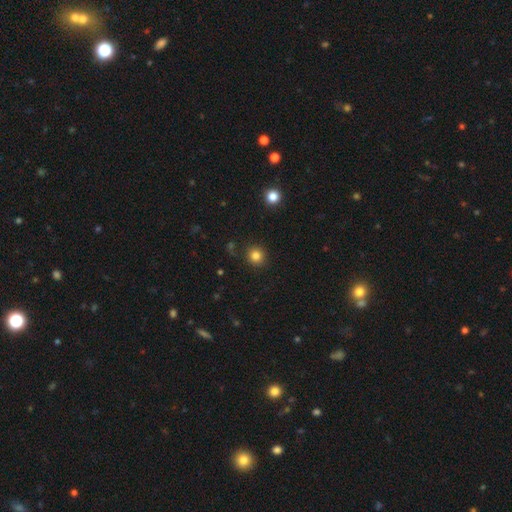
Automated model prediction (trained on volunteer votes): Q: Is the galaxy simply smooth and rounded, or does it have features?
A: smooth — 82%.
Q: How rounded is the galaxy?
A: round — 91%.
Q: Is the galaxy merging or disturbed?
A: none — 88%.